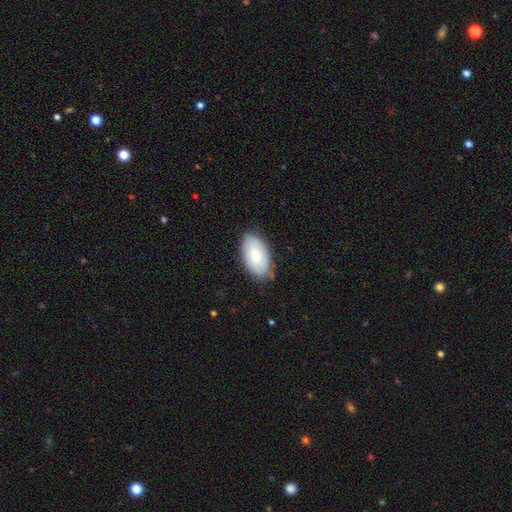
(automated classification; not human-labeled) Morphology: type=smooth (78%); roundness=in between (95%); merging=none (80%).